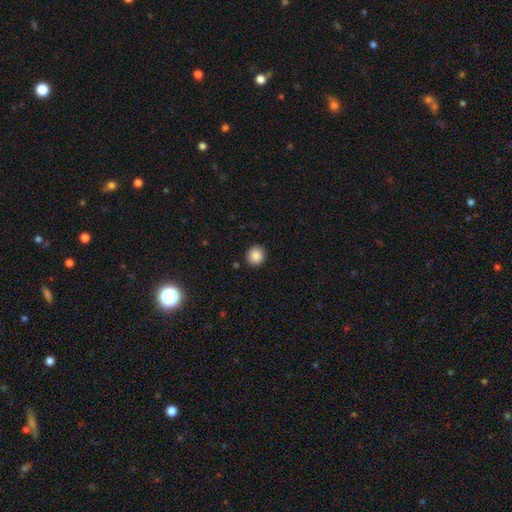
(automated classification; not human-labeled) Smooth or featured?
  - smooth: 87% *
  - star or artifact: 9%
  - featured or disk: 4%
How rounded?
  - round: 90% *
  - in between: 9%
  - cigar-shaped: 1%
Merging?
  - none: 91% *
  - minor disturbance: 6%
  - major disturbance: 2%
  - merger: 1%